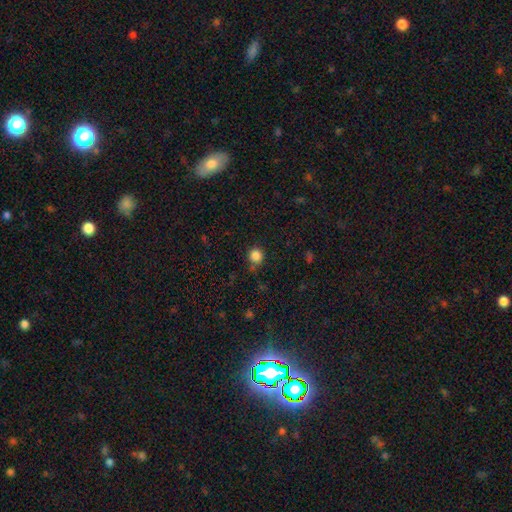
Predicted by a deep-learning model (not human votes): Smooth or featured?
  - smooth: 85% *
  - star or artifact: 12%
  - featured or disk: 4%
How rounded?
  - round: 92% *
  - in between: 7%
  - cigar-shaped: 1%
Merging?
  - none: 80% *
  - minor disturbance: 12%
  - merger: 5%
  - major disturbance: 3%